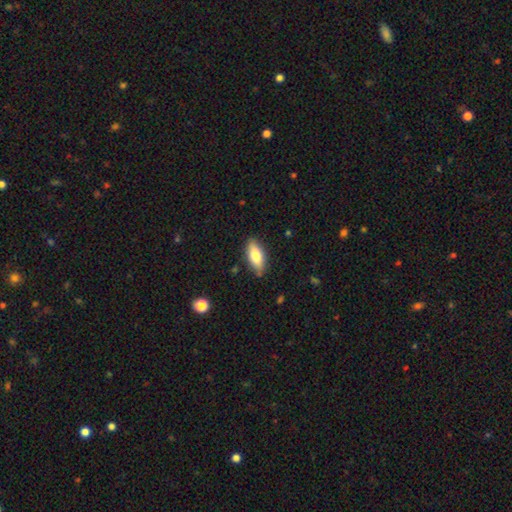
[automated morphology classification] Smooth or featured?
  - smooth: 77% *
  - featured or disk: 16%
  - star or artifact: 6%
How rounded?
  - in between: 81% *
  - cigar-shaped: 16%
  - round: 2%
Merging?
  - none: 83% *
  - minor disturbance: 13%
  - major disturbance: 2%
  - merger: 2%